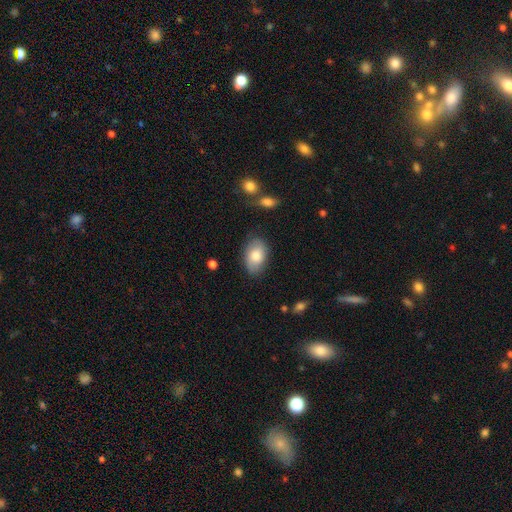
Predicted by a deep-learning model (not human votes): smooth-or-featured: smooth: 78% | featured or disk: 16% | star or artifact: 6%
  how-rounded: in between: 90% | round: 9% | cigar-shaped: 1%
  merging: none: 79% | minor disturbance: 16% | major disturbance: 4% | merger: 2%